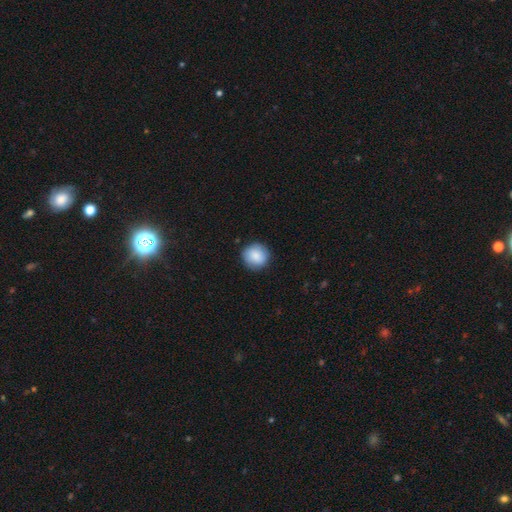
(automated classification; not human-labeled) The model was most divided on "merging": none: 87%, minor disturbance: 10%, major disturbance: 2%, merger: 1%. More confident: how rounded — round (91%); smooth or featured — smooth (86%).